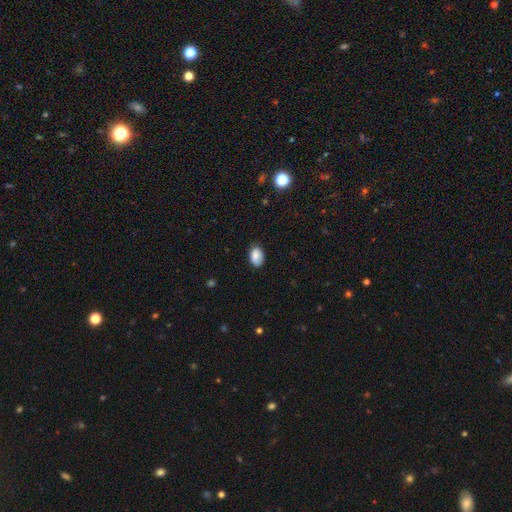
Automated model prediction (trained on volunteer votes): Overall: smooth (84%). How rounded: in between (86%). Merging: none (76%).